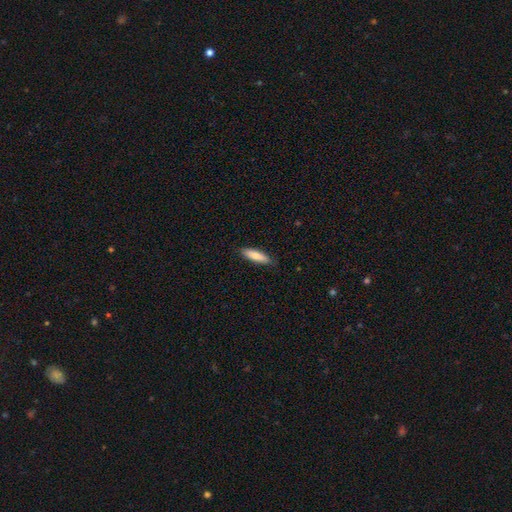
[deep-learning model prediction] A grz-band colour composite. It shows a smooth galaxy with no disk features (78%) that is cigar-shaped (62%). Merging: none (87%).